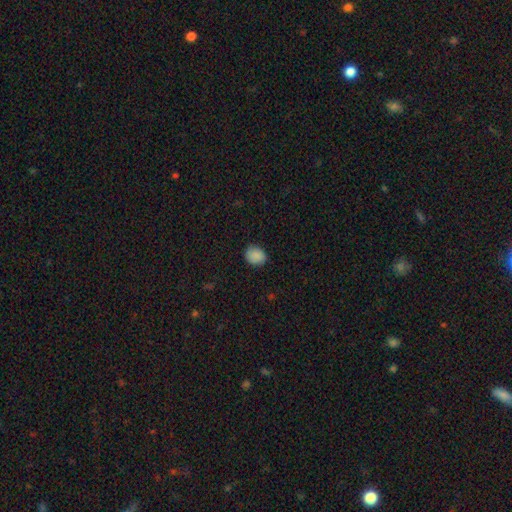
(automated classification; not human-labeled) Smooth or featured? Predicted: smooth (p=0.87). How rounded? Predicted: round (p=0.60). Merging? Predicted: none (p=0.82).